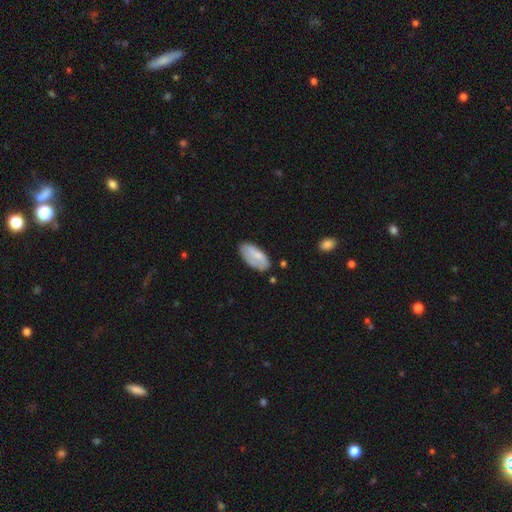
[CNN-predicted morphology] smooth-or-featured: smooth: 71% | featured or disk: 23% | star or artifact: 6%
  how-rounded: in between: 90% | cigar-shaped: 8% | round: 2%
  merging: none: 65% | minor disturbance: 25% | major disturbance: 7% | merger: 3%